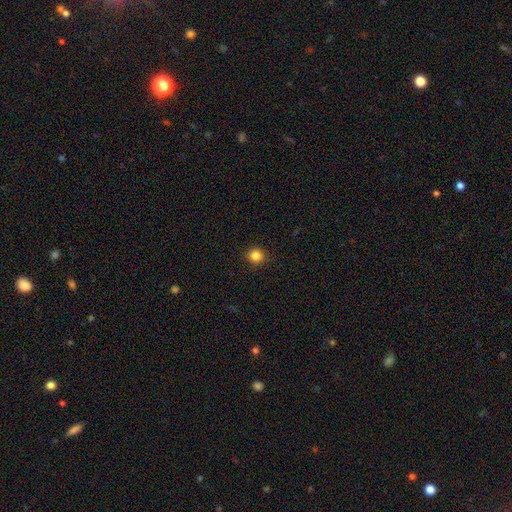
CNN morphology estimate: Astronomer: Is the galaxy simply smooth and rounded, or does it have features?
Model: smooth — 84%.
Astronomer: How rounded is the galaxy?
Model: round — 92%.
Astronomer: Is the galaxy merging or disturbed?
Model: none — 92%.